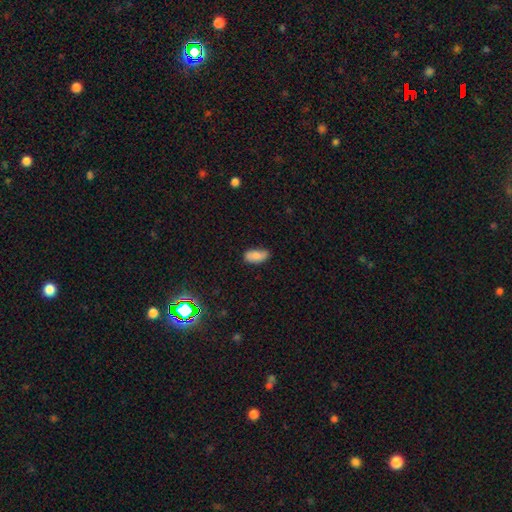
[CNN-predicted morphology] smooth 80%, featured or disk 11%, star or artifact 8%. Down the decision tree: how rounded — in between (91%); merging — none (71%).